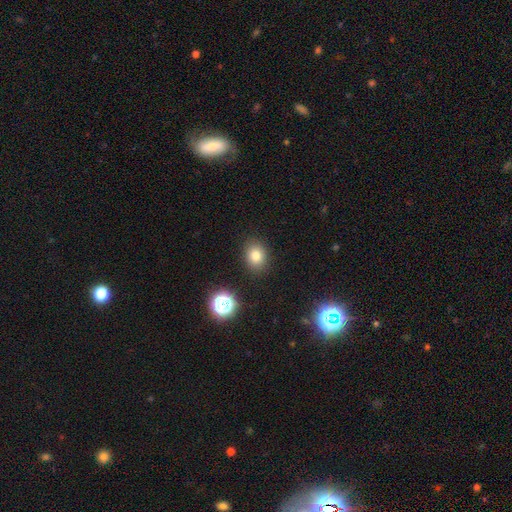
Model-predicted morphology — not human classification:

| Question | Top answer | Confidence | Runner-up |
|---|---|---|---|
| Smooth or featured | smooth | 80% | star or artifact (13%) |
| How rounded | round | 55% | in between (44%) |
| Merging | none | 87% | minor disturbance (9%) |